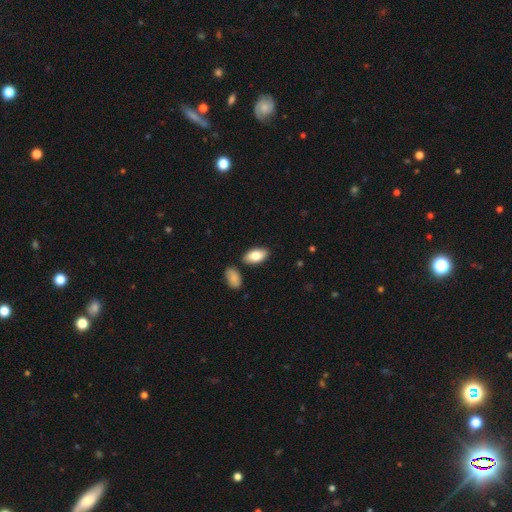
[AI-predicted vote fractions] smooth-or-featured: smooth: 83% | featured or disk: 11% | star or artifact: 6%
  how-rounded: in between: 94% | cigar-shaped: 3% | round: 3%
  merging: none: 82% | minor disturbance: 11% | merger: 5% | major disturbance: 2%